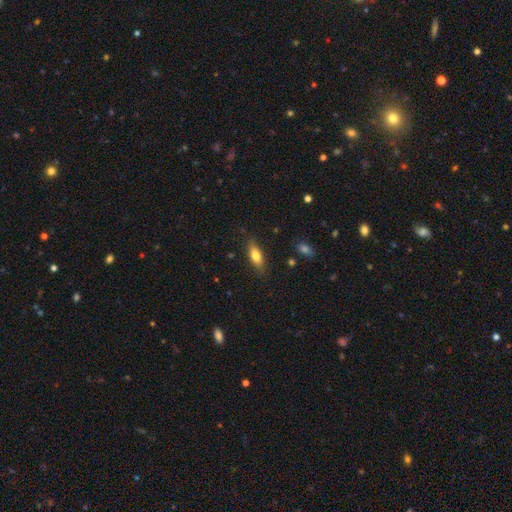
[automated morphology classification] type=smooth (76%); roundness=in between (71%); merging=none (82%).